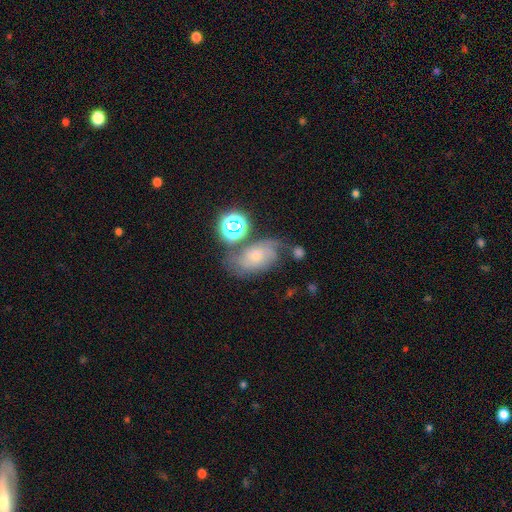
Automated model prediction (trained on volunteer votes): A featured or disk galaxy (46%). Merging: none (47%).